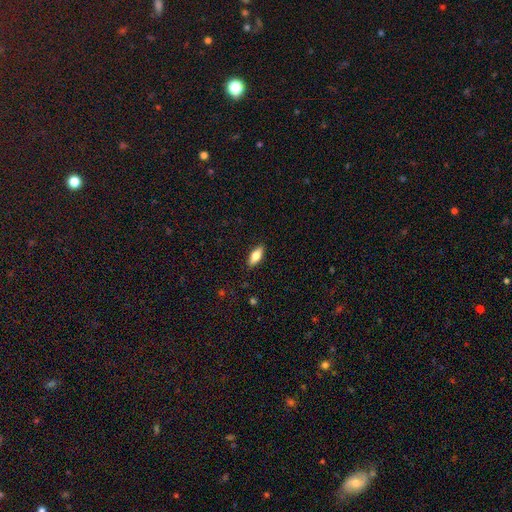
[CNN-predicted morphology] smooth 74%, featured or disk 19%, star or artifact 7%. Down the decision tree: how rounded — in between (78%); merging — none (88%).